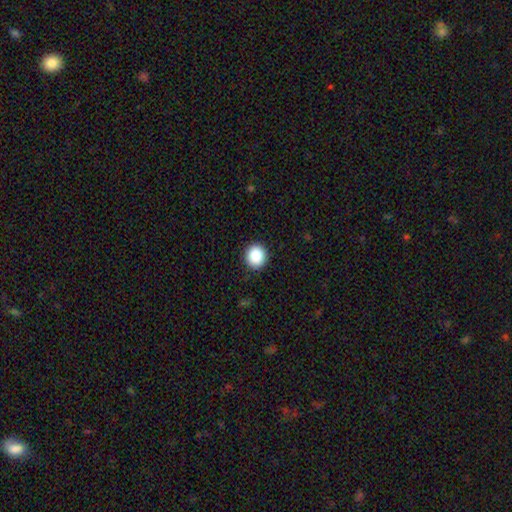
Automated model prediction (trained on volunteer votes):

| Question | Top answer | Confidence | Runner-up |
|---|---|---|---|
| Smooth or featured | smooth | 88% | star or artifact (9%) |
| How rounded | round | 90% | in between (9%) |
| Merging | none | 92% | minor disturbance (6%) |